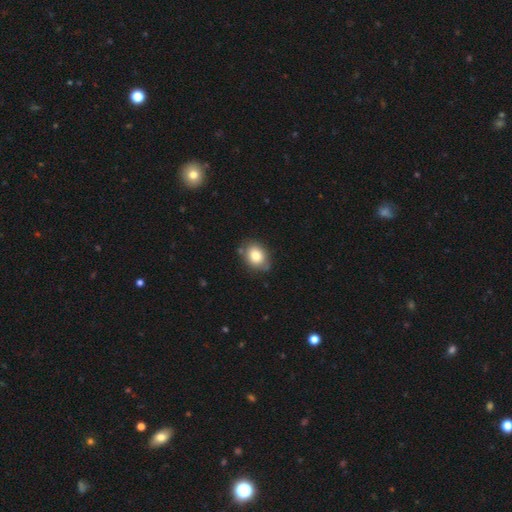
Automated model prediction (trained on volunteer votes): A smooth galaxy with no disk features (81%) that is in between round and cigar-shaped (65%).

Vote fractions:
- Smooth or featured? smooth: 81% / featured or disk: 11% / star or artifact: 8%
- How rounded? in between: 65% / round: 34% / cigar-shaped: 1%
- Merging? none: 73% / minor disturbance: 19% / major disturbance: 4% / merger: 3%